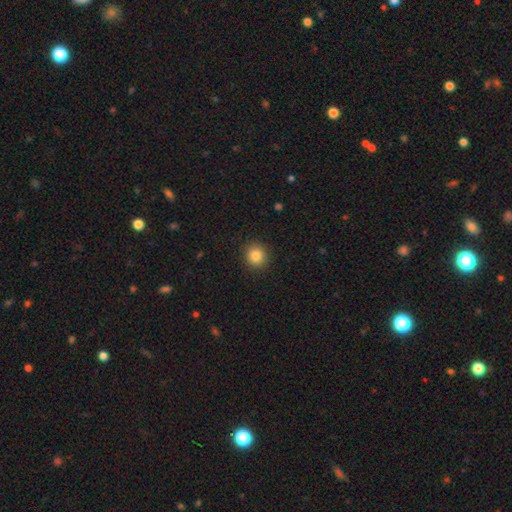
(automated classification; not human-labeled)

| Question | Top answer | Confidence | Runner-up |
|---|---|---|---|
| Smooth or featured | smooth | 84% | star or artifact (11%) |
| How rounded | round | 87% | in between (12%) |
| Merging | none | 91% | minor disturbance (6%) |